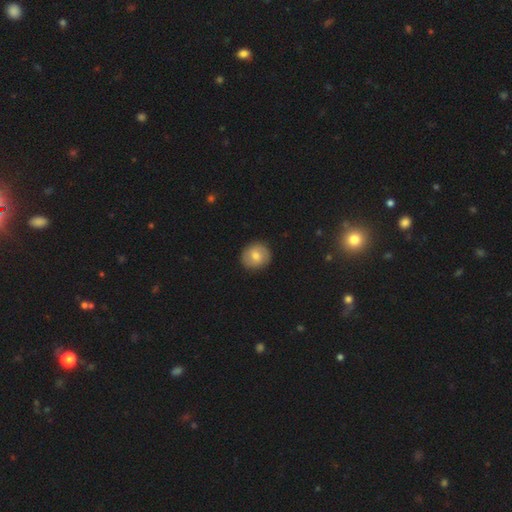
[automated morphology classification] This appears to be a smooth galaxy with no disk features (64%) that is round (87%). Merging: none (89%).